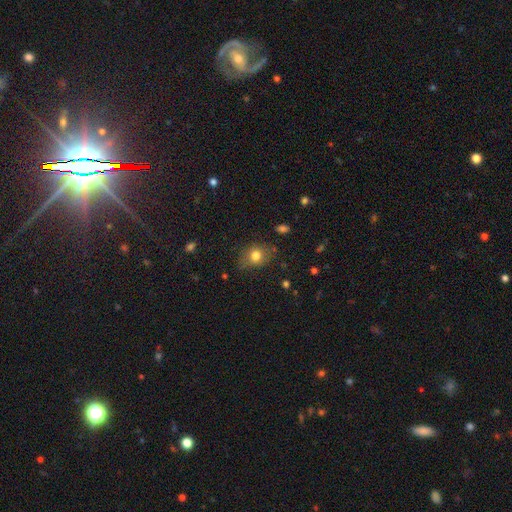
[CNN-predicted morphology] The model was most divided on "how rounded": round: 58%, in between: 41%, cigar-shaped: 1%. More confident: smooth or featured — smooth (78%); merging — none (72%).